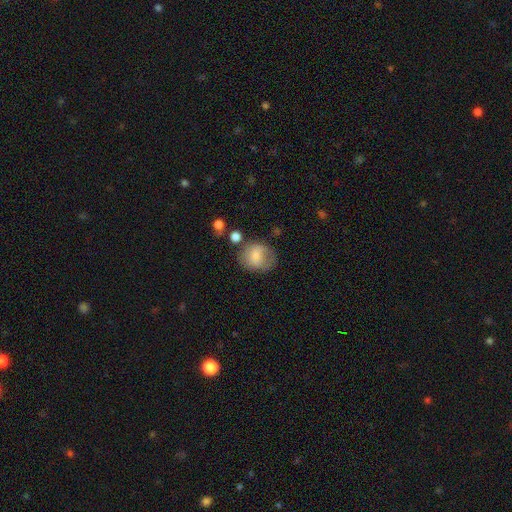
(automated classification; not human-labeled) This is likely a smooth galaxy (71%). How rounded: likely round (63%). Merging: possibly none (57%).